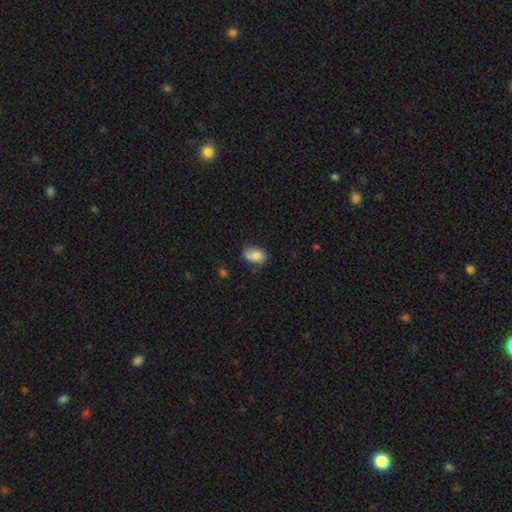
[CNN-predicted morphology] A smooth galaxy with no disk features (70%) that is in between round and cigar-shaped (69%).

Vote fractions:
- Smooth or featured? smooth: 70% / featured or disk: 21% / star or artifact: 9%
- How rounded? in between: 69% / round: 30% / cigar-shaped: 1%
- Merging? none: 39% / minor disturbance: 28% / merger: 22% / major disturbance: 11%